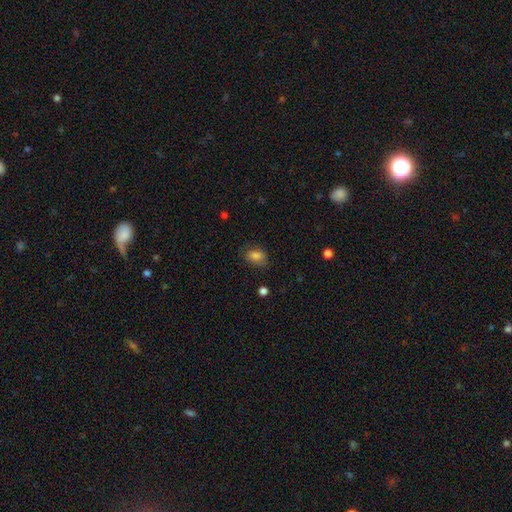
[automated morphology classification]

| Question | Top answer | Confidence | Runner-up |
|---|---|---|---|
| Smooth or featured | smooth | 83% | star or artifact (10%) |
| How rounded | in between | 74% | round (24%) |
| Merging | none | 75% | minor disturbance (19%) |